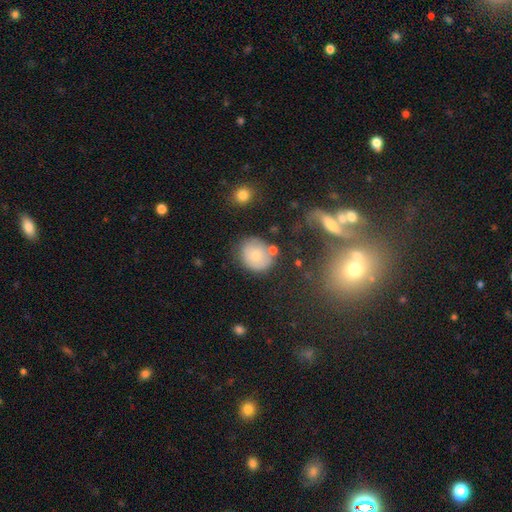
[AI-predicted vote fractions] This is likely a smooth galaxy (73%). How rounded: likely round (75%). Merging: likely none (67%).